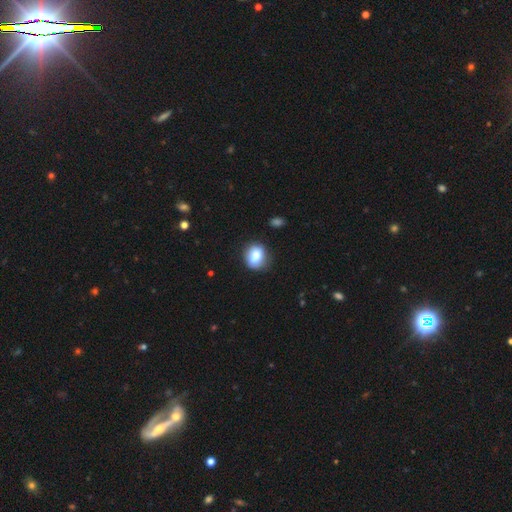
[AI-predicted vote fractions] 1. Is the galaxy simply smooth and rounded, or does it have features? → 74% smooth, 17% featured or disk, 9% star or artifact.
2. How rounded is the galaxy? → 66% round, 33% in between, 1% cigar-shaped.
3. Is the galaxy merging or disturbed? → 67% none, 22% minor disturbance, 6% major disturbance, 5% merger.